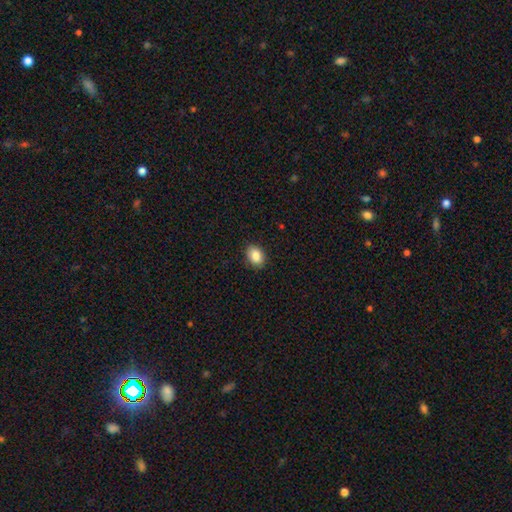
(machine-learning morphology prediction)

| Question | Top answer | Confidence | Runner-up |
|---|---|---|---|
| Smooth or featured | smooth | 86% | star or artifact (8%) |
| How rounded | in between | 77% | round (22%) |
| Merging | none | 88% | minor disturbance (9%) |